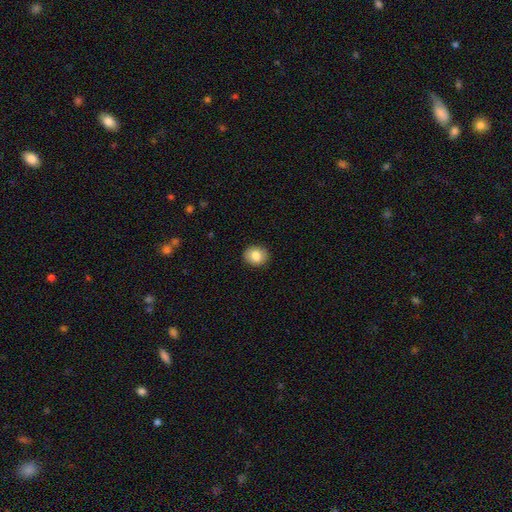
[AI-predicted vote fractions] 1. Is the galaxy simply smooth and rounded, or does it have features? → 83% smooth, 9% featured or disk, 8% star or artifact.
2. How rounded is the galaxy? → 68% round, 31% in between, 1% cigar-shaped.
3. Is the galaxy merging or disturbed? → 90% none, 7% minor disturbance, 2% major disturbance, 1% merger.